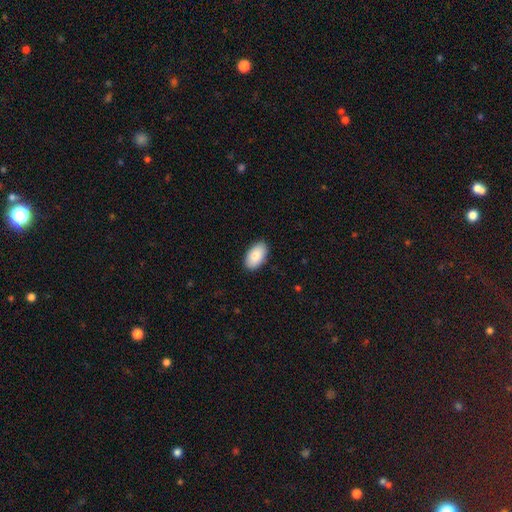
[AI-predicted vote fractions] Q: Smooth or featured?
A: smooth (87%); runner-up: featured or disk (7%)
Q: How rounded?
A: in between (95%); runner-up: round (3%)
Q: Merging?
A: none (89%); runner-up: minor disturbance (8%)